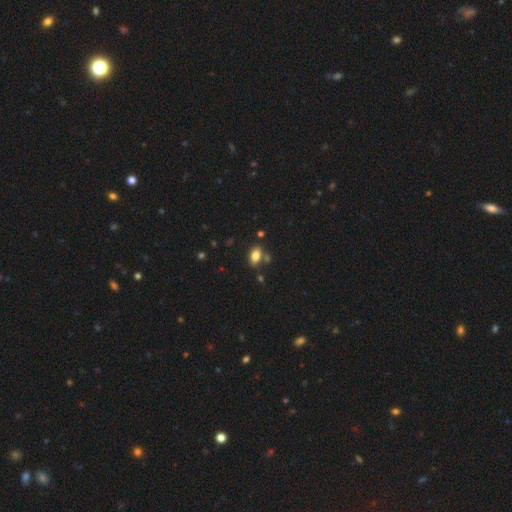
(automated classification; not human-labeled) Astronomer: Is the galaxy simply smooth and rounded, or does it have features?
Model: smooth — 82%.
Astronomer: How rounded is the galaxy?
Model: in between — 90%.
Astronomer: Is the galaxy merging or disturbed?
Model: none — 73%.